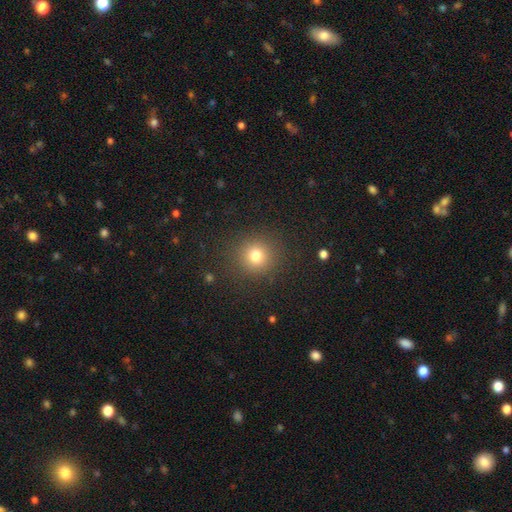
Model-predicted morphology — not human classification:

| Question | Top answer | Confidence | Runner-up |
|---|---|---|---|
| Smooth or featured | smooth | 77% | star or artifact (15%) |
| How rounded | round | 92% | in between (7%) |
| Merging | none | 89% | minor disturbance (7%) |